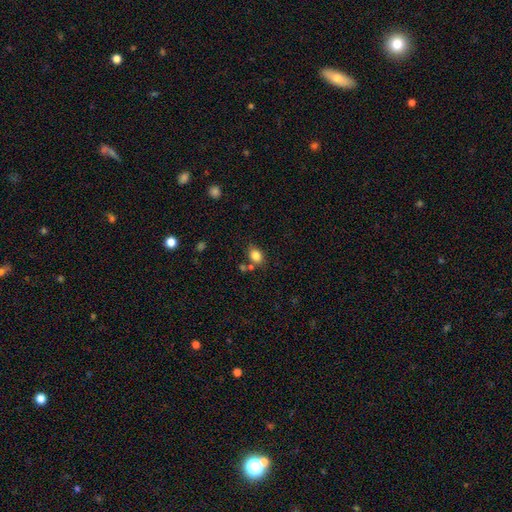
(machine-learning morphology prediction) Smooth or featured: smooth — 83% (star or artifact — 11%)
How rounded: in between — 64% (round — 35%)
Merging: none — 68% (minor disturbance — 15%)